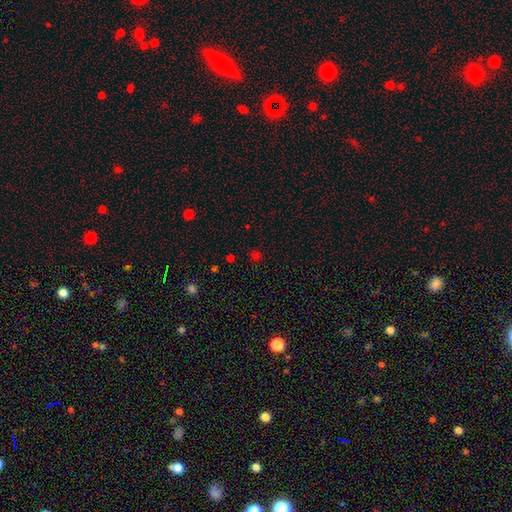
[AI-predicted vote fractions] smooth-or-featured: smooth: 56% | star or artifact: 39% | featured or disk: 5%
  how-rounded: round: 84% | in between: 15% | cigar-shaped: 1%
  merging: none: 82% | minor disturbance: 10% | major disturbance: 4% | merger: 3%